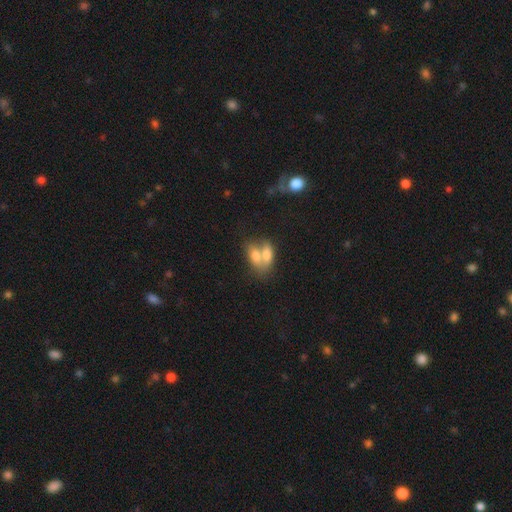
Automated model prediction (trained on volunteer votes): This is likely a smooth galaxy (74%). How rounded: clearly in between (86%). Merging: likely merger (69%).